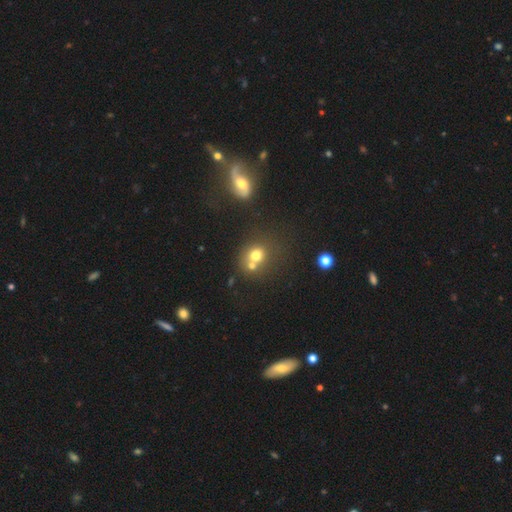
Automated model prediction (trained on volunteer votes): Morphology: type=smooth (70%); roundness=round (75%); merging=merger (46%).